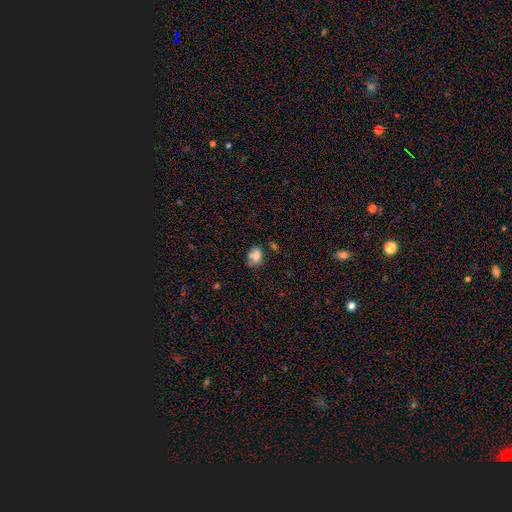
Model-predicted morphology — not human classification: A smooth galaxy with no disk features (77%) that is in between round and cigar-shaped (62%). Merging: none (51%).